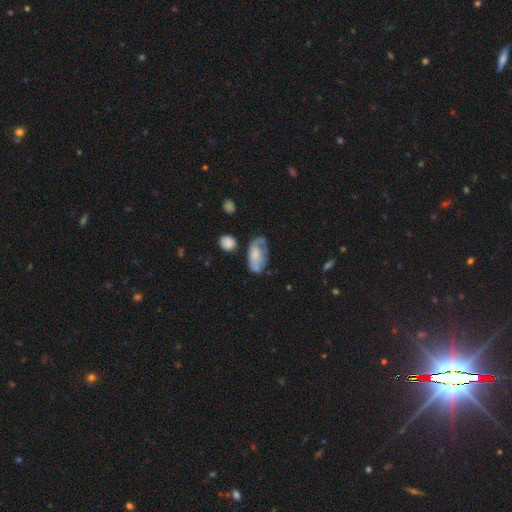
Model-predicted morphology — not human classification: smooth 49%, featured or disk 43%, star or artifact 7%. Down the decision tree: merging — none (43%).